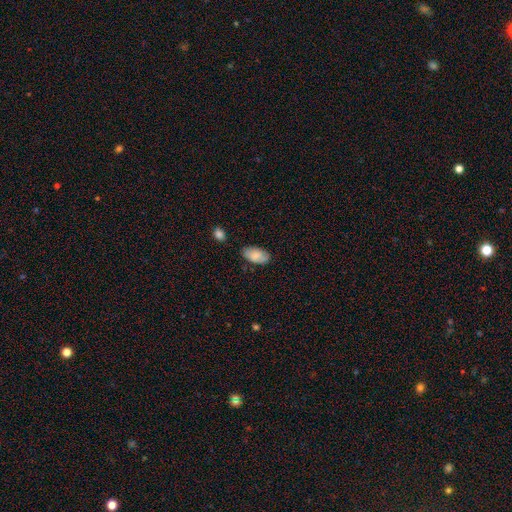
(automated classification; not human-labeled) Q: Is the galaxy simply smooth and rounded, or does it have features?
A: smooth — 81%.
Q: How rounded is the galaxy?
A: in between — 94%.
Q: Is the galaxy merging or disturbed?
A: none — 74%.